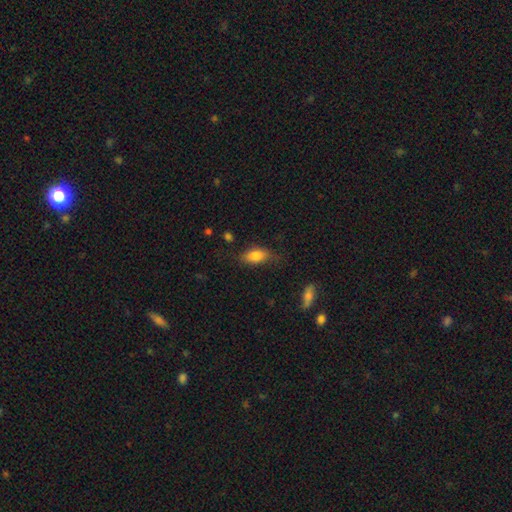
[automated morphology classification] The model was most divided on "merging": none: 69%, minor disturbance: 23%, major disturbance: 7%, merger: 2%. More confident: how rounded — in between (87%); smooth or featured — smooth (82%).